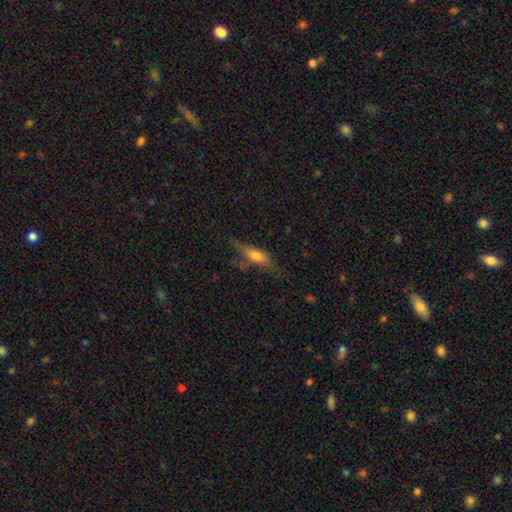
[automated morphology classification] A smooth galaxy with no disk features (59%) that is cigar-shaped (50%). Merging: none (53%).